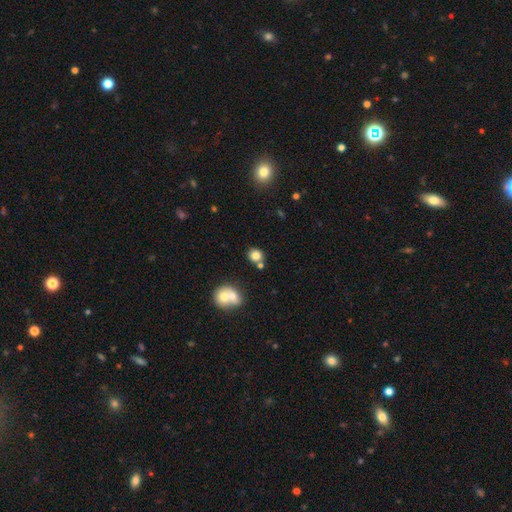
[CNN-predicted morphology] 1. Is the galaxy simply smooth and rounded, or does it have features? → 80% smooth, 12% star or artifact, 8% featured or disk.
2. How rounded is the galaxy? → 80% round, 19% in between, 1% cigar-shaped.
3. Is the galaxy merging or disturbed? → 66% none, 22% merger, 10% minor disturbance, 3% major disturbance.